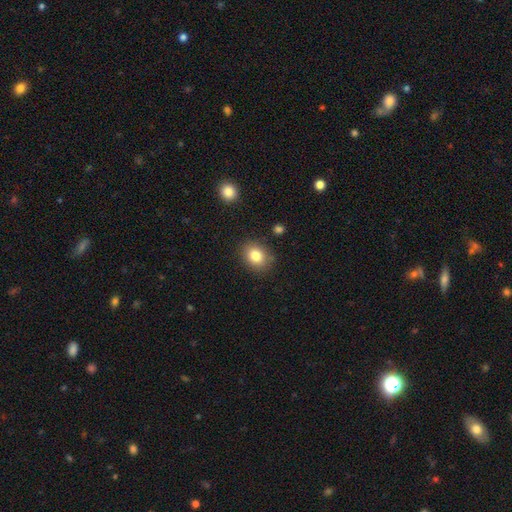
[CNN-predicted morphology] Smooth or featured: smooth — 82% (star or artifact — 10%)
How rounded: round — 54% (in between — 46%)
Merging: none — 85% (minor disturbance — 10%)